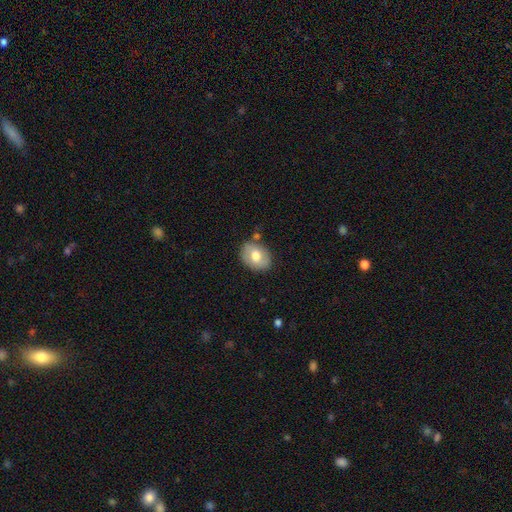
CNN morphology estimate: smooth-or-featured: smooth: 64% | featured or disk: 29% | star or artifact: 7%
  how-rounded: in between: 67% | round: 32% | cigar-shaped: 1%
  merging: none: 74% | minor disturbance: 16% | merger: 5% | major disturbance: 4%